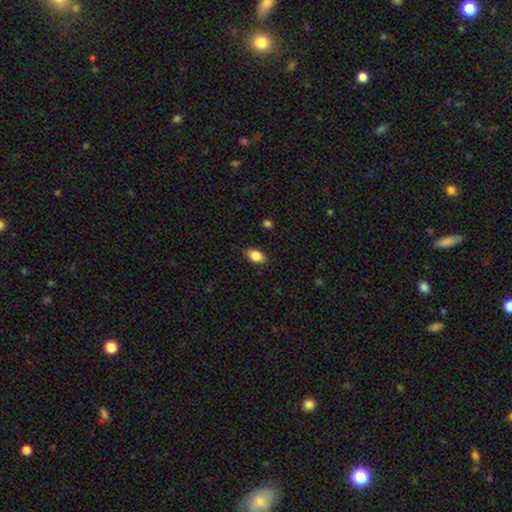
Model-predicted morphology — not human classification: The model was most divided on "merging": none: 84%, minor disturbance: 13%, major disturbance: 2%, merger: 1%. More confident: how rounded — in between (88%); smooth or featured — smooth (86%).